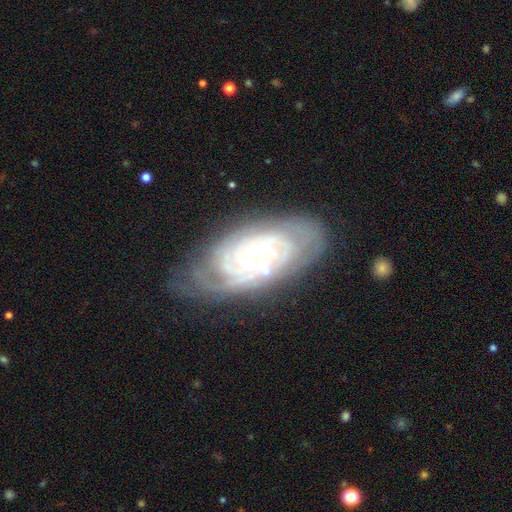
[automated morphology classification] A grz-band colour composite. It shows a featured or disk galaxy (86%) with no bar (54%), tight (80%) spiral arms (97%) and a moderate central bulge (50%). Merging: none (72%).